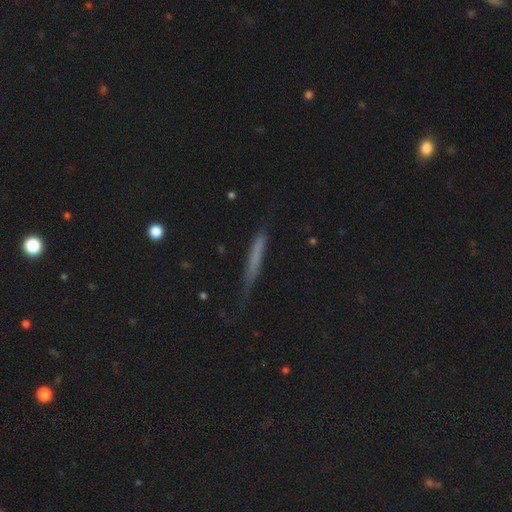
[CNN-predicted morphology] The model was most divided on "smooth or featured": smooth: 57%, featured or disk: 33%, star or artifact: 10%. More confident: how rounded — cigar-shaped (94%); merging — none (66%).